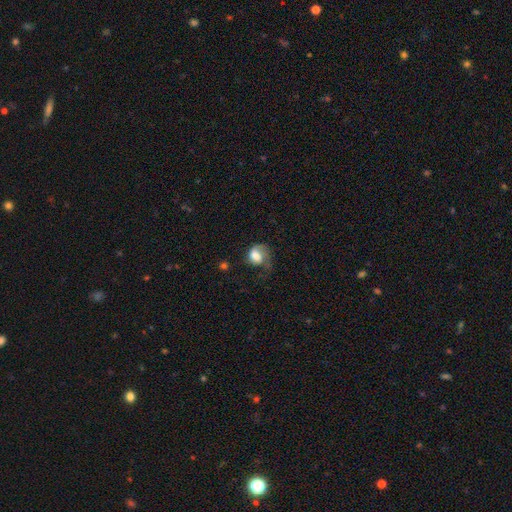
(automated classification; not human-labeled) Smooth or featured: smooth — 62% (featured or disk — 29%)
How rounded: in between — 55% (round — 44%)
Merging: major disturbance — 42% (none — 29%)